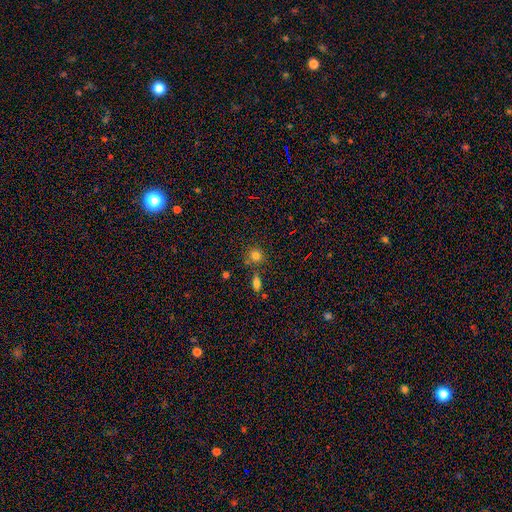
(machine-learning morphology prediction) Overall: smooth (78%). How rounded: round (83%). Merging: none (71%).